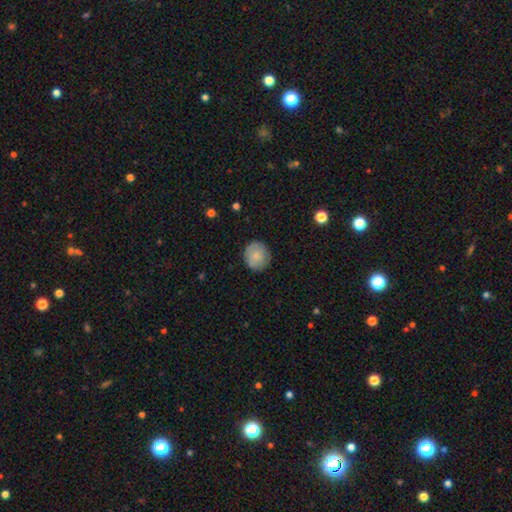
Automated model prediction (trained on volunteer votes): The model was most divided on "smooth or featured": smooth: 80%, featured or disk: 13%, star or artifact: 7%. More confident: how rounded — round (87%); merging — none (84%).